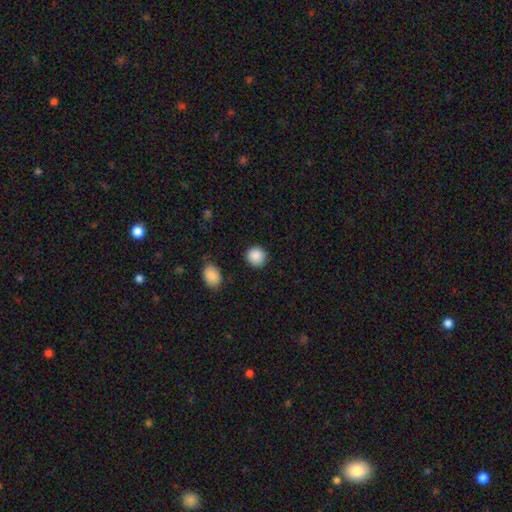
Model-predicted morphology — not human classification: A smooth galaxy with no disk features (89%) that is round (87%). Merging: none (88%).